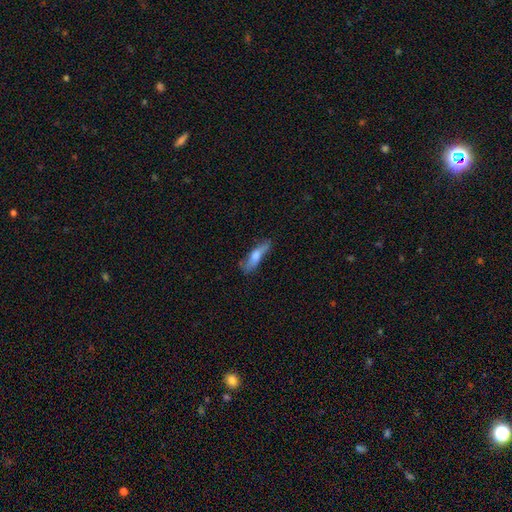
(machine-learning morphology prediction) Overall: smooth (57%; featured or disk 37%). How rounded: cigar-shaped (72%). Merging: none (67%).